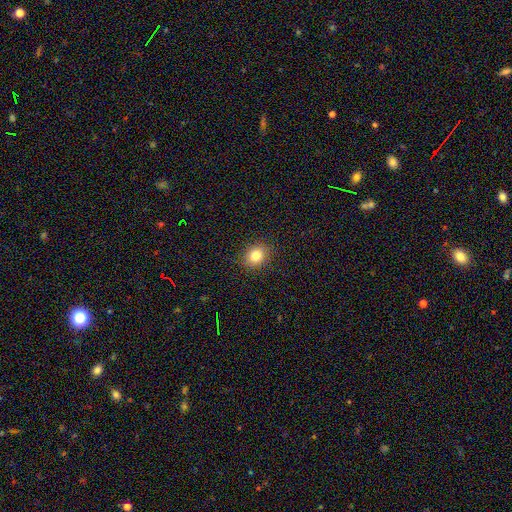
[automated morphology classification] Smooth or featured? Predicted: smooth (p=0.82). How rounded? Predicted: round (p=0.61). Merging? Predicted: none (p=0.89).